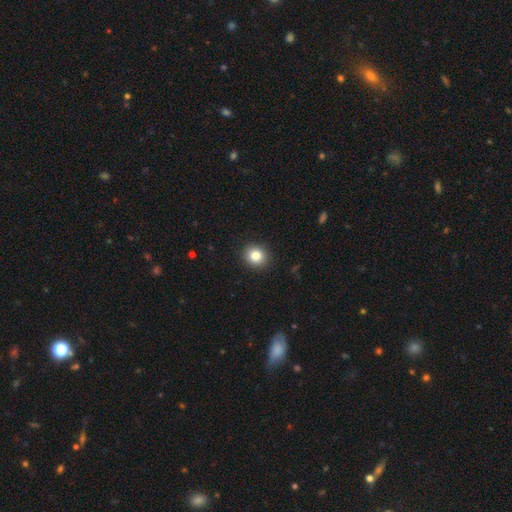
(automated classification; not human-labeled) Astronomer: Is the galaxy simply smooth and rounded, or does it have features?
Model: smooth — 83%.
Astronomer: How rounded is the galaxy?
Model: round — 82%.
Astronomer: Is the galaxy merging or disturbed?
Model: none — 92%.